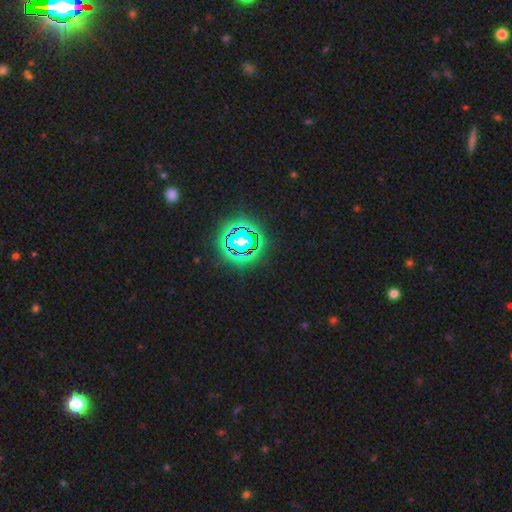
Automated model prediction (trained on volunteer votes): The model was most divided on "smooth or featured": star or artifact: 81%, smooth: 13%, featured or disk: 7%.